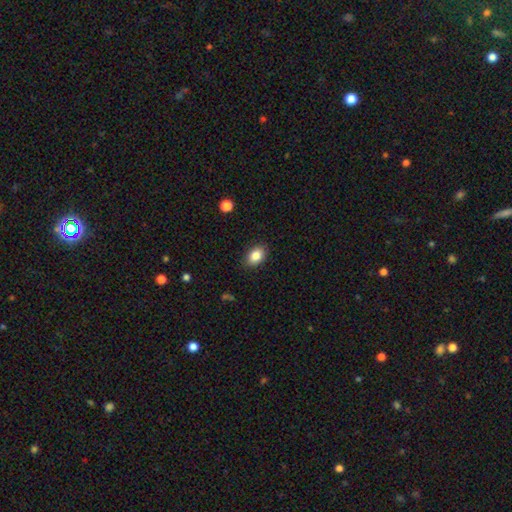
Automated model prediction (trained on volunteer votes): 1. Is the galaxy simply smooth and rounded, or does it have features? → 85% smooth, 8% star or artifact, 7% featured or disk.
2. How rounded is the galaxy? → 83% in between, 16% round, 1% cigar-shaped.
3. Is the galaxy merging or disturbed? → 88% none, 9% minor disturbance, 2% major disturbance, 1% merger.